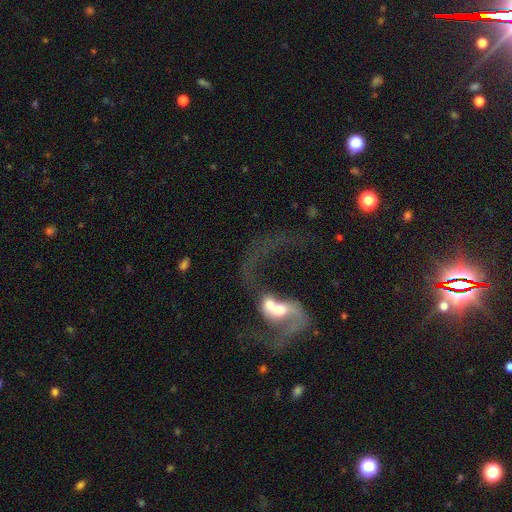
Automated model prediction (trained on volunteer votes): A featured or disk galaxy (80%) with a weak bar (44%), 2 (81%) loose (77%) spiral arms (90%) and a moderate central bulge (52%).

Vote fractions:
- Smooth or featured? featured or disk: 80% / star or artifact: 11% / smooth: 10%
- Edge-on disk? no: 95% / yes: 5%
- Bar? weak: 44% / no: 31% / strong: 26%
- Spiral arms? yes: 90% / no: 10%
- Spiral winding? loose: 77% / medium: 19% / tight: 4%
- Spiral arm count? 2: 81% / 1: 11% / can't tell: 4% / 3: 2% / 4: 1% / more than 4: 1%
- Bulge size? moderate: 52% / small: 26% / large: 14% / none: 6% / dominant: 3%
- Merging? none: 36% / major disturbance: 30% / merger: 23% / minor disturbance: 11%